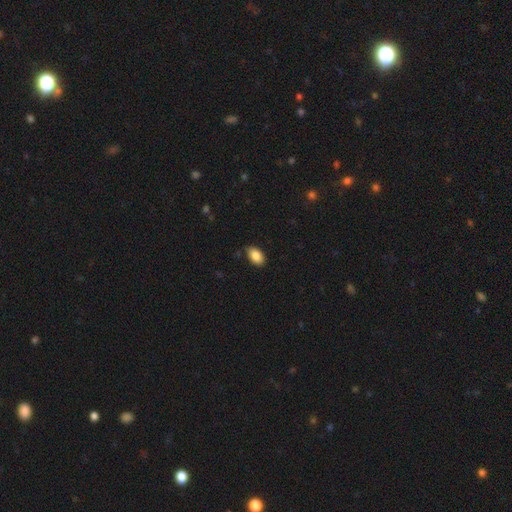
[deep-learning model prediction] Smooth or featured?
  - smooth: 87% *
  - star or artifact: 8%
  - featured or disk: 6%
How rounded?
  - in between: 91% *
  - round: 7%
  - cigar-shaped: 1%
Merging?
  - none: 83% *
  - minor disturbance: 13%
  - major disturbance: 2%
  - merger: 1%